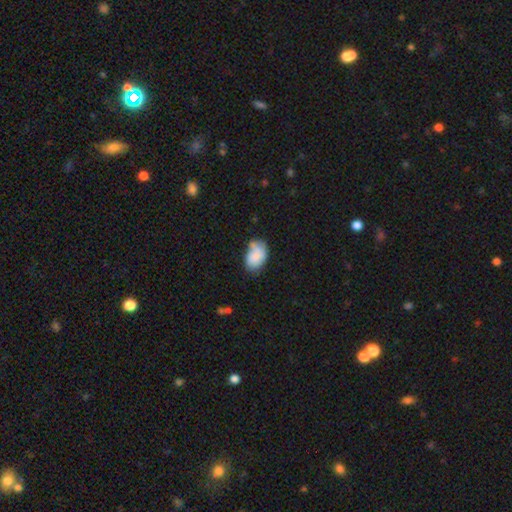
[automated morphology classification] Smooth or featured: smooth — 80% (featured or disk — 13%)
How rounded: in between — 87% (round — 12%)
Merging: none — 52% (minor disturbance — 31%)